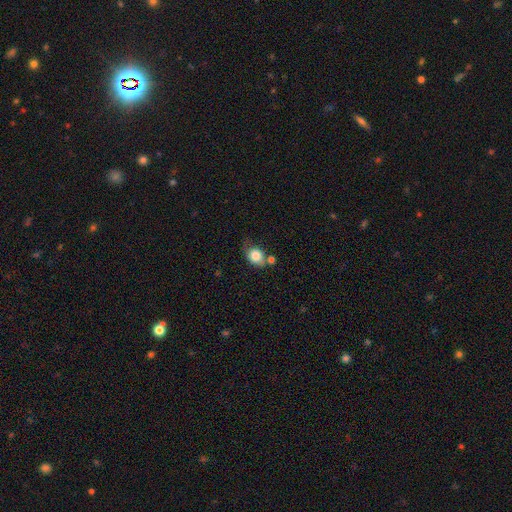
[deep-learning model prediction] Smooth or featured: smooth — 81% (featured or disk — 10%)
How rounded: round — 53% (in between — 46%)
Merging: none — 45% (minor disturbance — 26%)